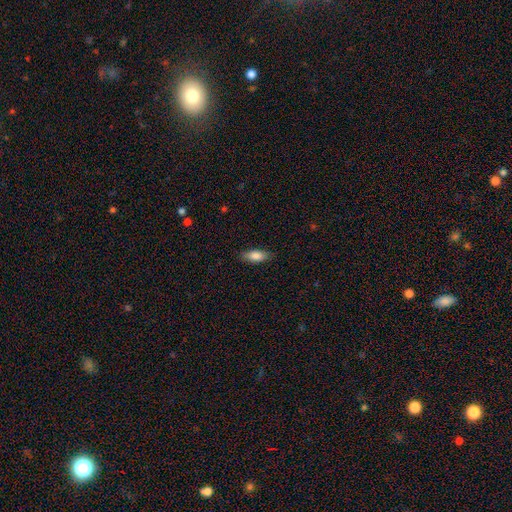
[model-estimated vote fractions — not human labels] Smooth or featured? smooth (83%)
How rounded? in between (78%)
Merging? none (84%)